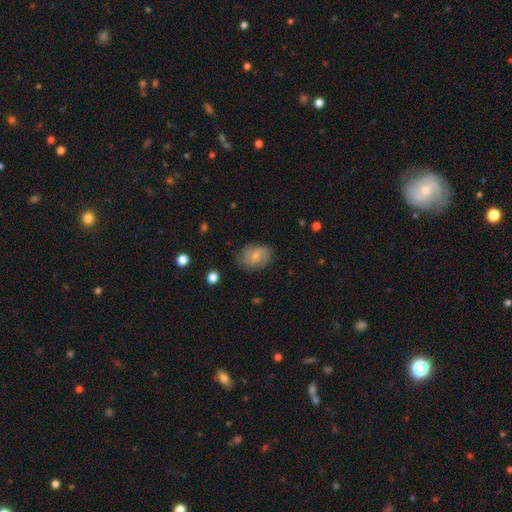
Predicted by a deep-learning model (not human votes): Morphology: type=featured or disk (48%); merging=none (73%).